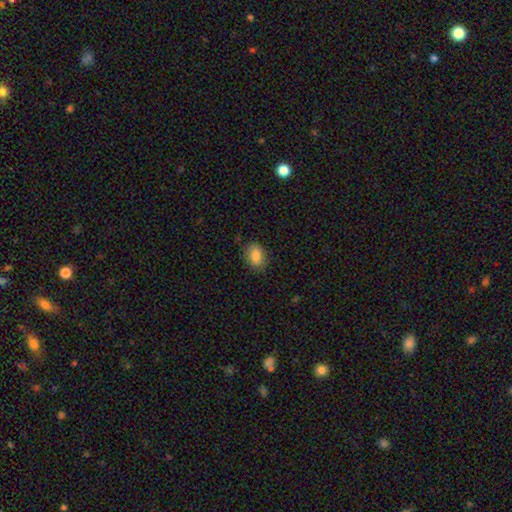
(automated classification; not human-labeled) smooth 86%, star or artifact 8%, featured or disk 6%. Down the decision tree: how rounded — in between (74%); merging — none (81%).